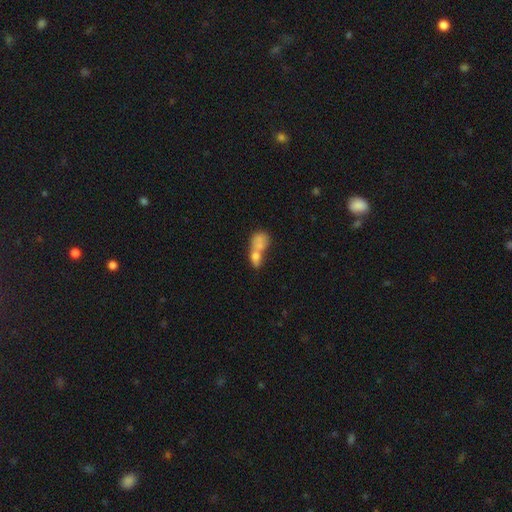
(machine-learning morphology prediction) smooth 70%, featured or disk 21%, star or artifact 9%. Down the decision tree: how rounded — in between (64%); merging — merger (70%).